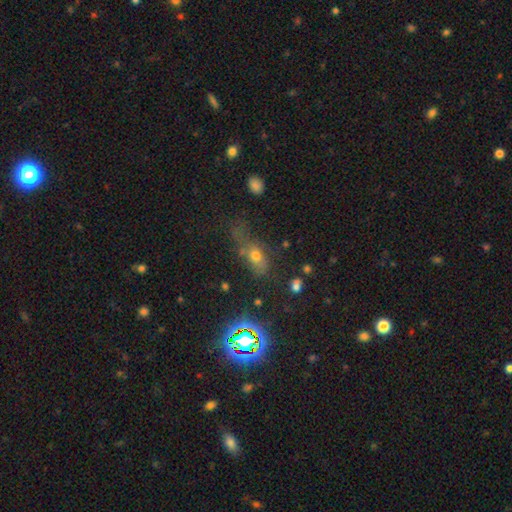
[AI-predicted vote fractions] smooth-or-featured: smooth: 60% | star or artifact: 24% | featured or disk: 17%
  how-rounded: in between: 68% | round: 23% | cigar-shaped: 9%
  merging: none: 40% | major disturbance: 27% | minor disturbance: 24% | merger: 10%